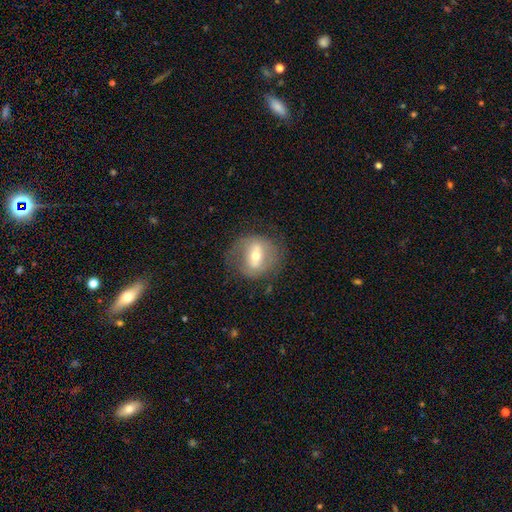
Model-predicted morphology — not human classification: Q: Smooth or featured?
A: featured or disk (55%); runner-up: smooth (36%)
Q: Edge-on disk?
A: no (90%); runner-up: yes (10%)
Q: Merging?
A: none (70%); runner-up: minor disturbance (18%)